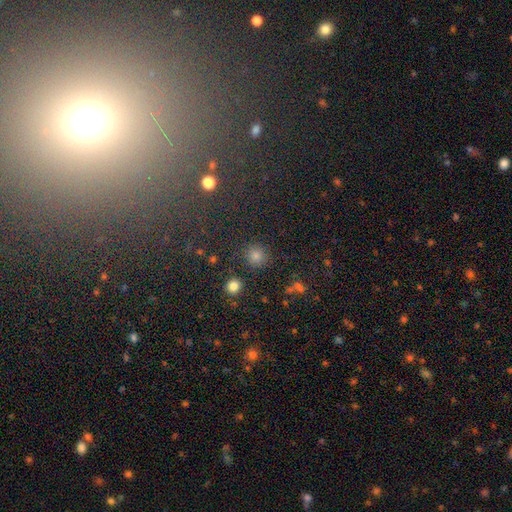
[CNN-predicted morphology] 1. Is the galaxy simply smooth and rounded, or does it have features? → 75% smooth, 18% star or artifact, 6% featured or disk.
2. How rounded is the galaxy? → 92% round, 7% in between, 1% cigar-shaped.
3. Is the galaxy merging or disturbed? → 87% none, 7% minor disturbance, 3% merger, 3% major disturbance.